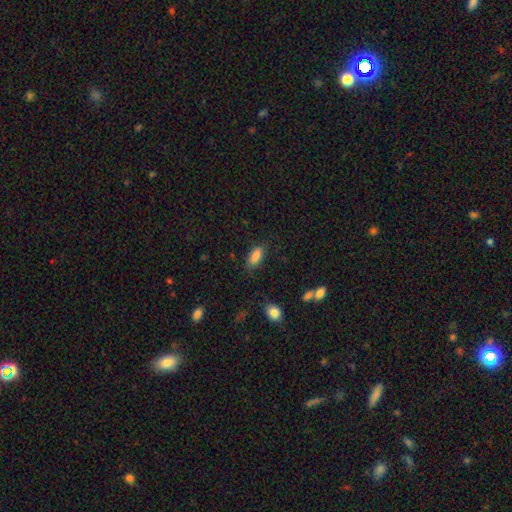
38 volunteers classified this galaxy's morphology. This appears to be a smooth galaxy with no disk features (92%) that is in between round and cigar-shaped (83%). Merging: none (76%).